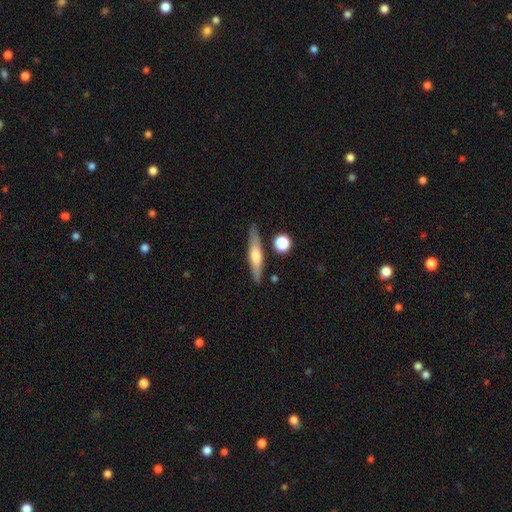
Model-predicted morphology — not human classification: Q: Smooth or featured?
A: featured or disk (53%); runner-up: smooth (40%)
Q: Edge-on disk?
A: yes (94%); runner-up: no (6%)
Q: Merging?
A: none (85%); runner-up: minor disturbance (9%)